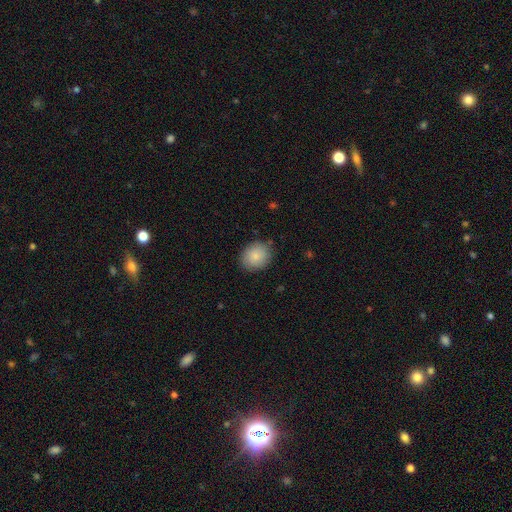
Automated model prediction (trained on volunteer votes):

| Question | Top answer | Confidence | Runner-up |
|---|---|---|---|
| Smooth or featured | smooth | 86% | star or artifact (7%) |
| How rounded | round | 62% | in between (37%) |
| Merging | none | 85% | minor disturbance (11%) |